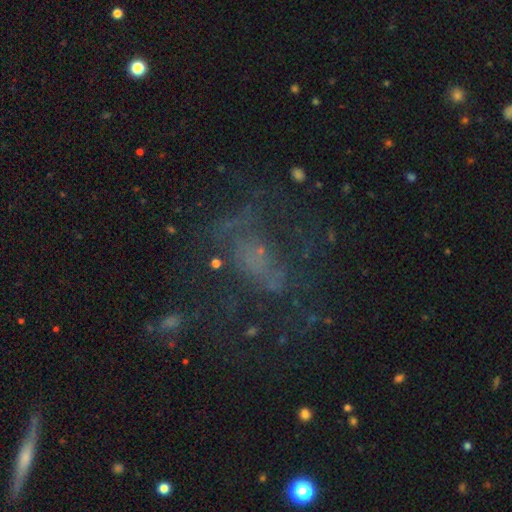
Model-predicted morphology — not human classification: The model was most divided on "merging": none: 51%, major disturbance: 30%, minor disturbance: 16%, merger: 3%. More confident: edge-on disk — no (94%); smooth or featured — featured or disk (51%).